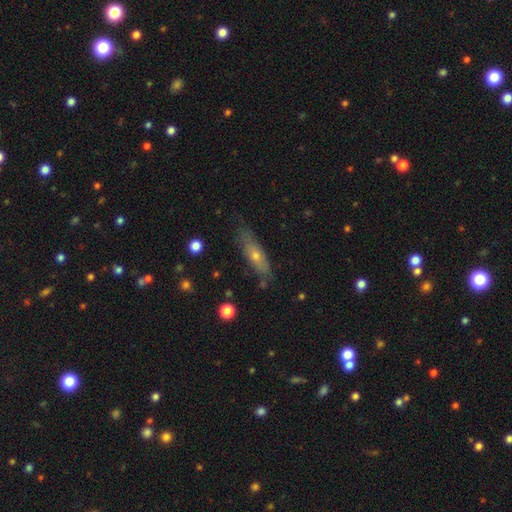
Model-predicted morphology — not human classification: Overall: smooth (50%; featured or disk 42%). How rounded: cigar-shaped (64%; in between 33%). Merging: none (75%).